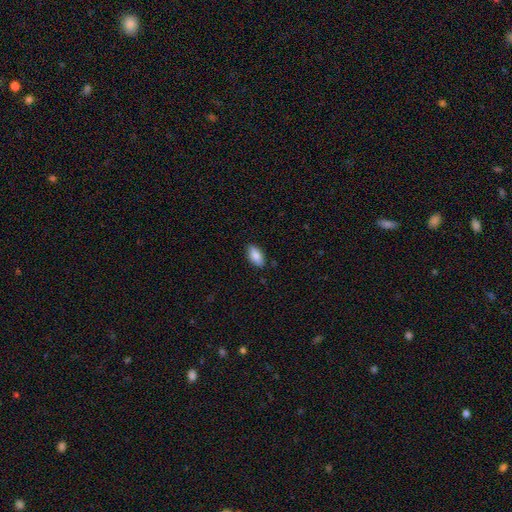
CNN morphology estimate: This appears to be a smooth galaxy with no disk features (86%) that is in between round and cigar-shaped (89%). Merging: none (85%).